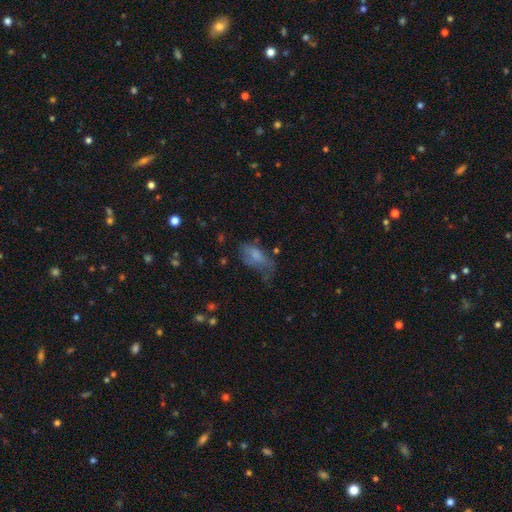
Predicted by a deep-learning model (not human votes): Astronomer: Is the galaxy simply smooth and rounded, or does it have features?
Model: smooth — 66%.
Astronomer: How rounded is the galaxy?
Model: in between — 87%.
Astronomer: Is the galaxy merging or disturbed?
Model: major disturbance — 35% (runner-up: minor disturbance, 31%).